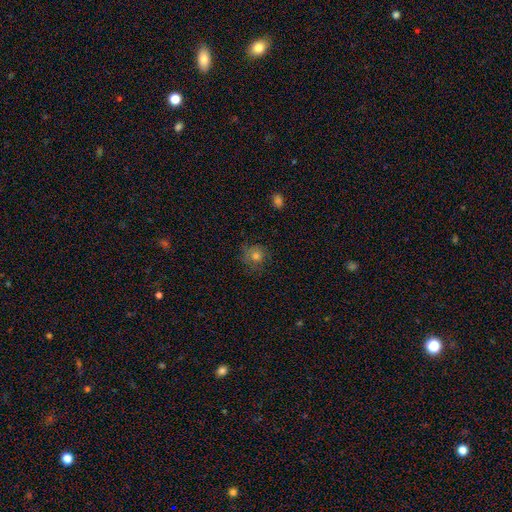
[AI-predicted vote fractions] Overall: smooth (67%). How rounded: round (88%). Merging: none (76%).